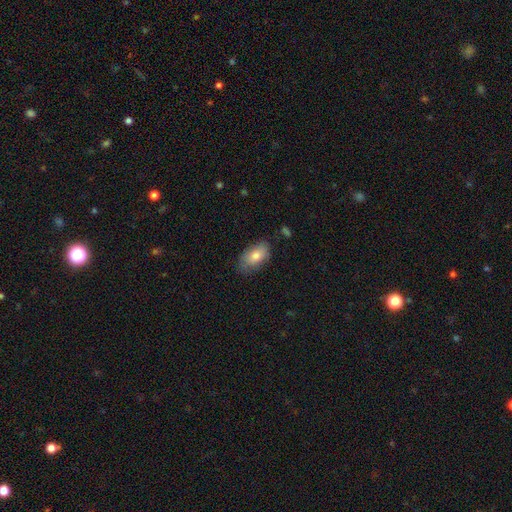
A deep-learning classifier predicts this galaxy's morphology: smooth 78%, featured or disk 15%, star or artifact 7%. Down the decision tree: how rounded — in between (92%); merging — none (70%).